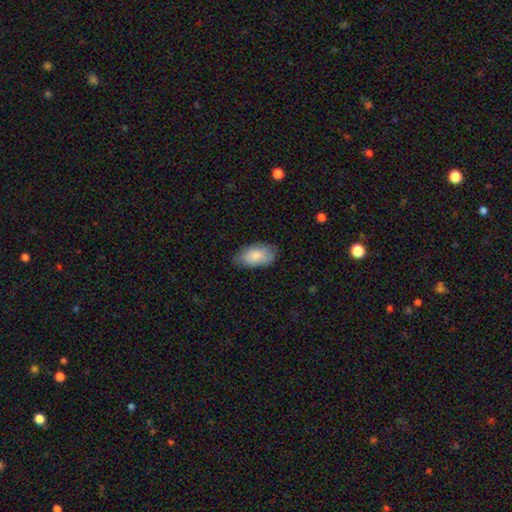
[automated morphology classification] Smooth or featured?
  - smooth: 83% *
  - featured or disk: 11%
  - star or artifact: 6%
How rounded?
  - in between: 94% *
  - round: 3%
  - cigar-shaped: 2%
Merging?
  - none: 71% *
  - minor disturbance: 24%
  - major disturbance: 4%
  - merger: 1%